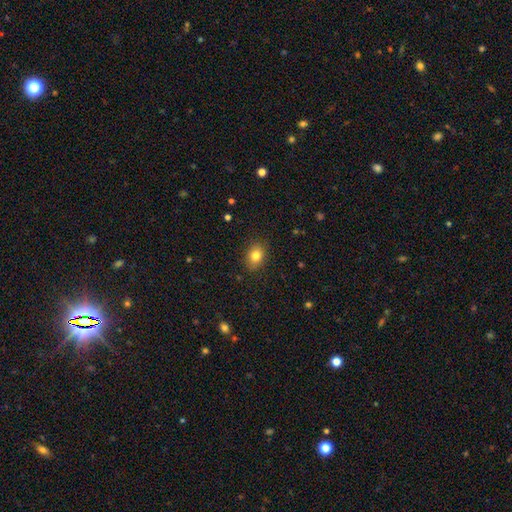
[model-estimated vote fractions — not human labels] A smooth galaxy with no disk features (81%) that is in between round and cigar-shaped (64%). Merging: none (87%).